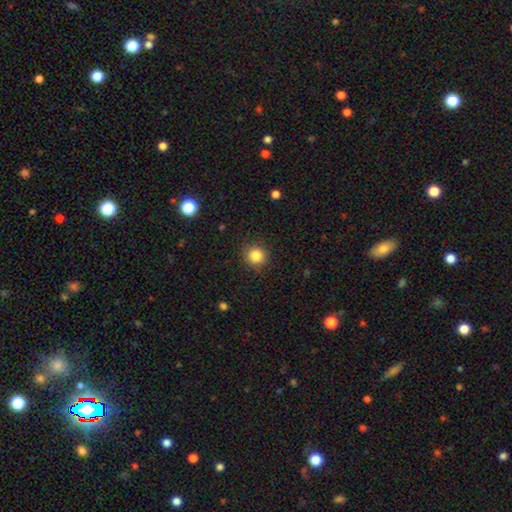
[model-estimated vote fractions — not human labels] Smooth or featured? Predicted: smooth (p=0.85). How rounded? Predicted: round (p=0.92). Merging? Predicted: none (p=0.89).